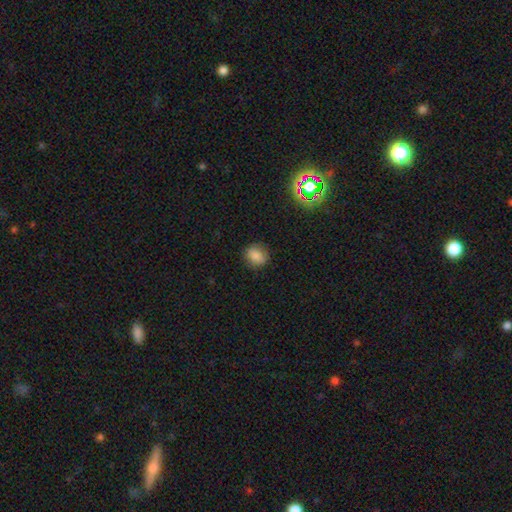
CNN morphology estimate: Smooth or featured: smooth — 82% (star or artifact — 11%)
How rounded: round — 69% (in between — 30%)
Merging: none — 85% (minor disturbance — 11%)